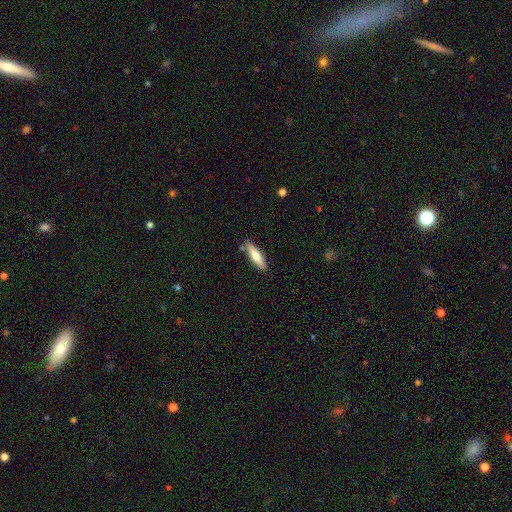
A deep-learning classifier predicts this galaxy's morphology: Q: Smooth or featured?
A: smooth (69%); runner-up: featured or disk (25%)
Q: How rounded?
A: cigar-shaped (69%); runner-up: in between (29%)
Q: Merging?
A: none (83%); runner-up: minor disturbance (11%)